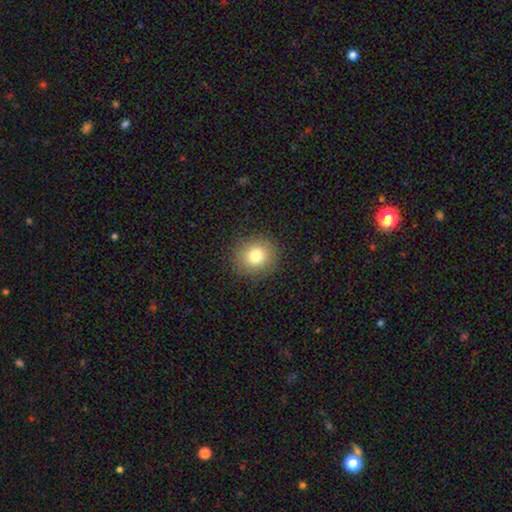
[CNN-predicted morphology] Smooth or featured?
  - smooth: 79% *
  - star or artifact: 11%
  - featured or disk: 9%
How rounded?
  - round: 89% *
  - in between: 10%
  - cigar-shaped: 1%
Merging?
  - none: 89% *
  - minor disturbance: 7%
  - major disturbance: 3%
  - merger: 1%